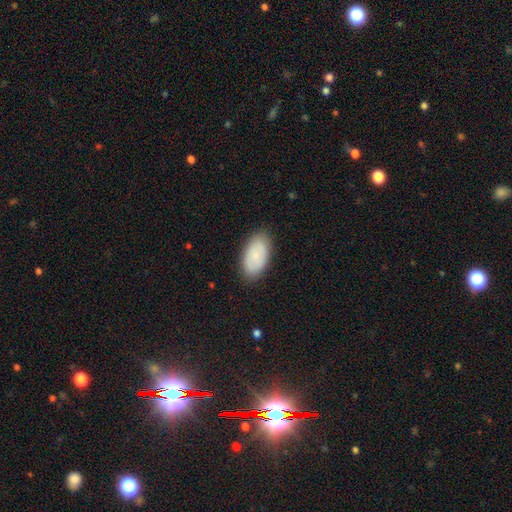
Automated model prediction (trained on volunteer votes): Morphology: type=smooth (75%); roundness=in between (95%); merging=none (85%).